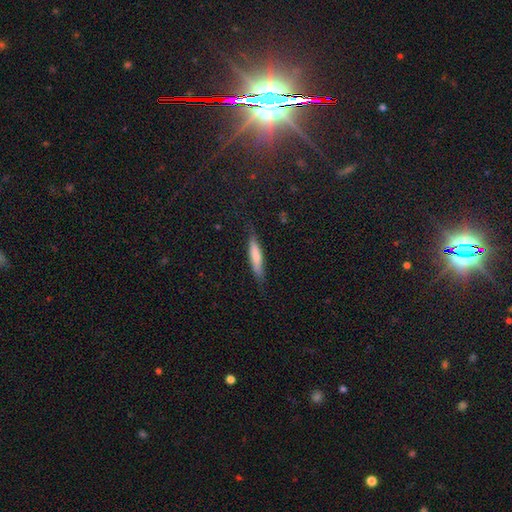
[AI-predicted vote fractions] Smooth or featured?
  - smooth: 68% *
  - featured or disk: 26%
  - star or artifact: 7%
How rounded?
  - cigar-shaped: 85% *
  - in between: 14%
  - round: 2%
Merging?
  - none: 78% *
  - minor disturbance: 16%
  - major disturbance: 4%
  - merger: 1%